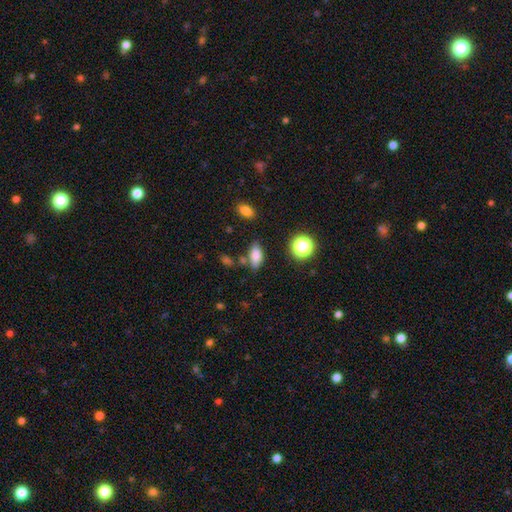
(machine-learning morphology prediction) smooth 80%, star or artifact 12%, featured or disk 8%. Down the decision tree: how rounded — in between (85%); merging — none (71%).